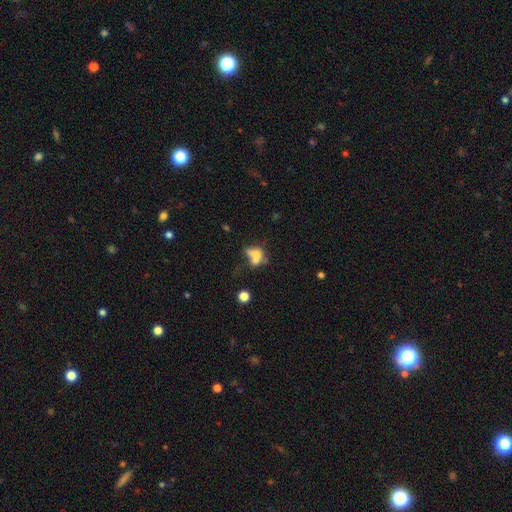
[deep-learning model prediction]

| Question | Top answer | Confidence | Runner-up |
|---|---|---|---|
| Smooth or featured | smooth | 60% | featured or disk (27%) |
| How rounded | in between | 66% | round (30%) |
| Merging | merger | 50% | none (21%) |